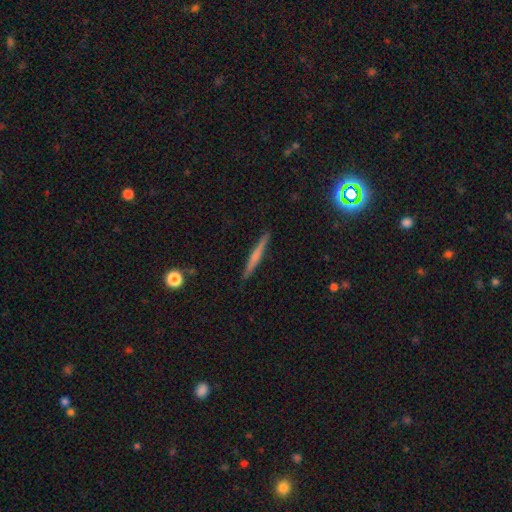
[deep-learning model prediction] Smooth or featured: featured or disk — 47% (smooth — 46%)
Merging: none — 92% (minor disturbance — 6%)